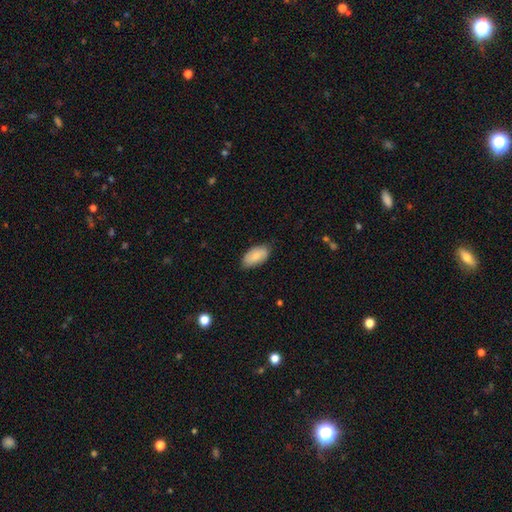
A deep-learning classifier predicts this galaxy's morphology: Smooth or featured? smooth (81%)
How rounded? in between (94%)
Merging? none (77%)